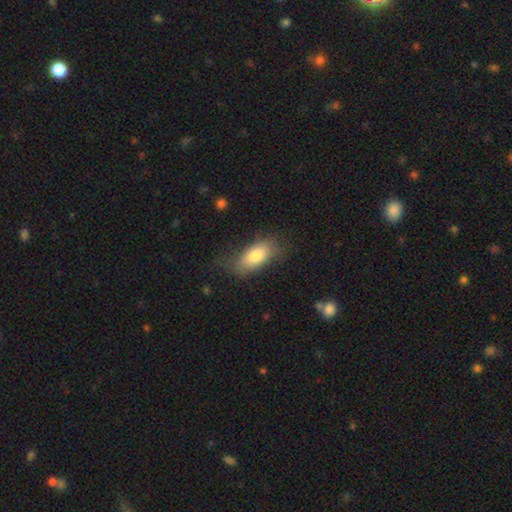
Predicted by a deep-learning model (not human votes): Q: Smooth or featured?
A: smooth (80%); runner-up: featured or disk (13%)
Q: How rounded?
A: in between (86%); runner-up: cigar-shaped (10%)
Q: Merging?
A: none (66%); runner-up: minor disturbance (23%)